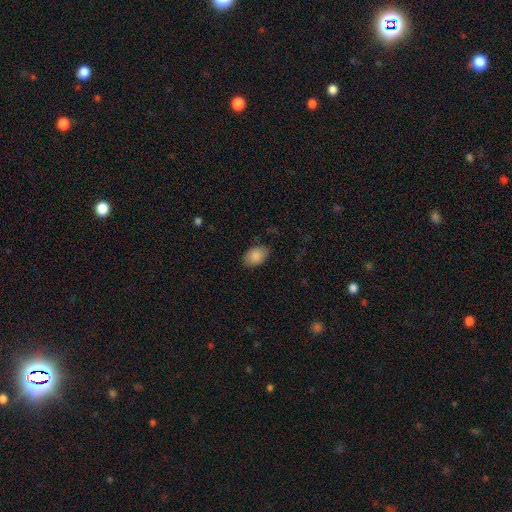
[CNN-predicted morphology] smooth_or_featured: smooth (p=0.87) [alt: star or artifact p=0.07]
how_rounded: in between (p=0.88) [alt: round p=0.11]
merging: none (p=0.81) [alt: minor disturbance p=0.14]